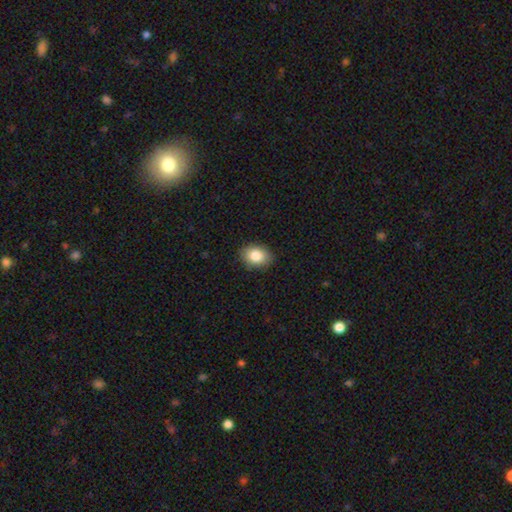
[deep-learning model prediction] smooth-or-featured: smooth: 84% | featured or disk: 8% | star or artifact: 8%
  how-rounded: in between: 77% | round: 22% | cigar-shaped: 1%
  merging: none: 87% | minor disturbance: 10% | major disturbance: 2% | merger: 1%